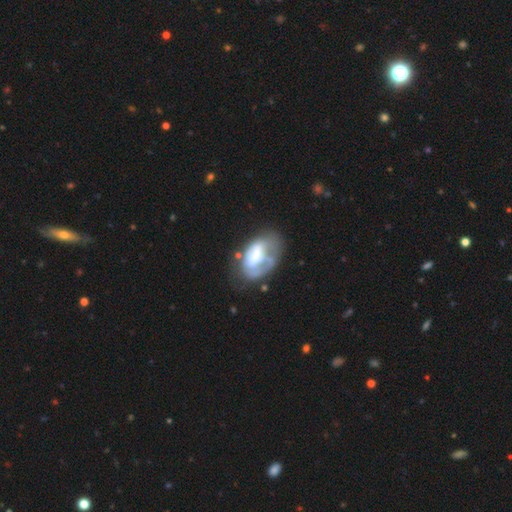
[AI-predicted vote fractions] featured or disk 54%, smooth 39%, star or artifact 8%. Down the decision tree: edge-on disk — no (96%); bar — no (52%); spiral arms — no (59%); bulge size — moderate (27%); merging — none (34%).